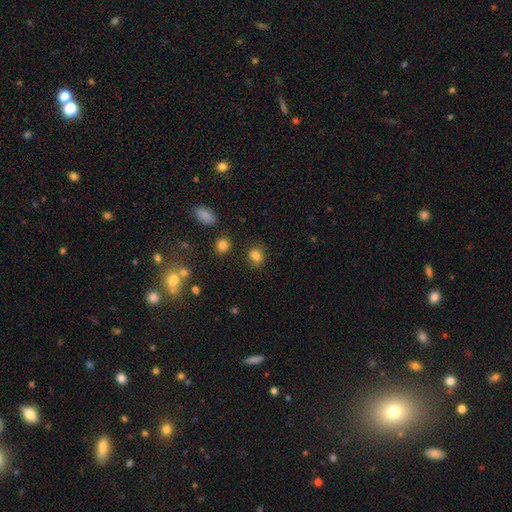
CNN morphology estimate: Smooth or featured: smooth — 81% (star or artifact — 12%)
How rounded: round — 55% (in between — 43%)
Merging: none — 77% (minor disturbance — 14%)